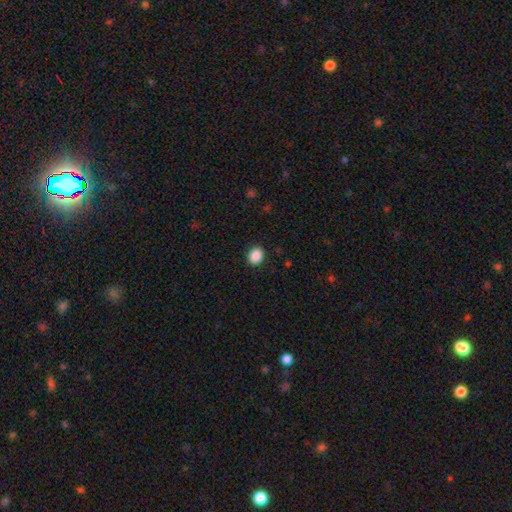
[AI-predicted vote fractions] Morphology: type=smooth (89%); roundness=round (58%); merging=none (91%).